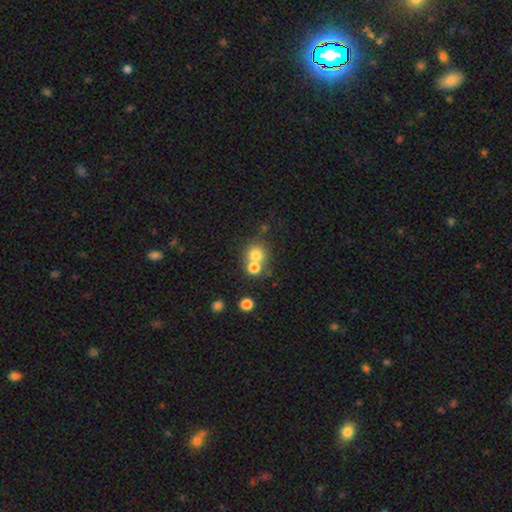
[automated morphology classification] smooth 75%, star or artifact 13%, featured or disk 12%. Down the decision tree: how rounded — round (85%); merging — merger (46%).